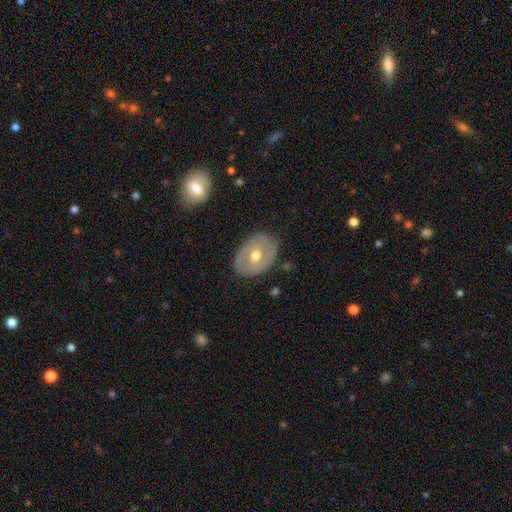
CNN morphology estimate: Overall: featured or disk (55%; smooth 39%). Edge-on disk: no (92%). Bar: no (74%). Spiral arms: no (77%). Bulge size: moderate (80%). Merging: none (78%).